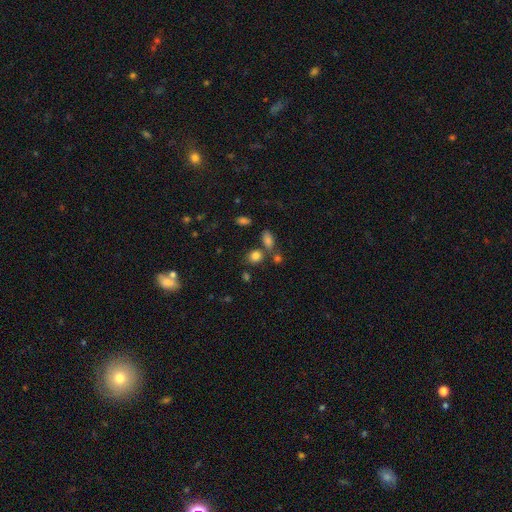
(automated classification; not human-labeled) smooth-or-featured: smooth: 81% | star or artifact: 13% | featured or disk: 6%
  how-rounded: round: 64% | in between: 35% | cigar-shaped: 2%
  merging: none: 67% | merger: 17% | minor disturbance: 11% | major disturbance: 4%